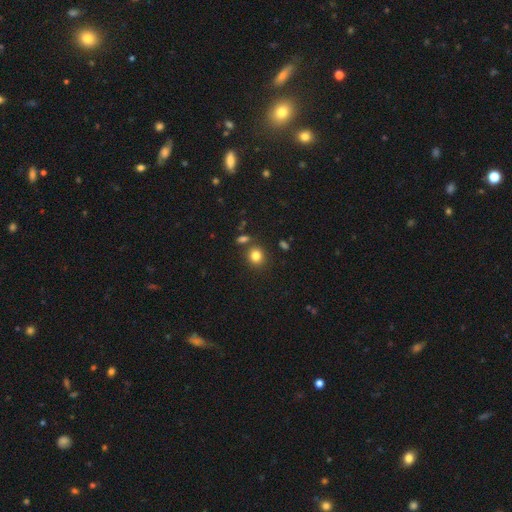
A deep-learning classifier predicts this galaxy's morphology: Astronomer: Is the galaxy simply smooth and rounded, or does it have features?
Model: smooth — 82%.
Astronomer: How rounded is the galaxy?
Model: round — 76%.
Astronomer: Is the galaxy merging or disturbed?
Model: none — 79%.